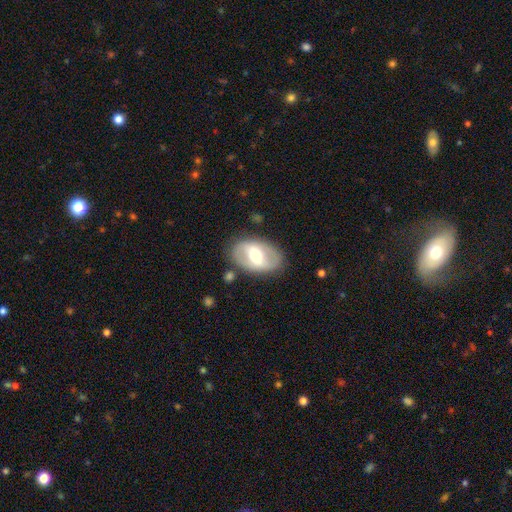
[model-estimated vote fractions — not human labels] Smooth or featured? Predicted: featured or disk (p=0.61). Edge-on disk? Predicted: no (p=0.92). Bar? Predicted: strong (p=0.47). Spiral arms? Predicted: no (p=0.60). Bulge size? Predicted: moderate (p=0.68). Merging? Predicted: none (p=0.81).